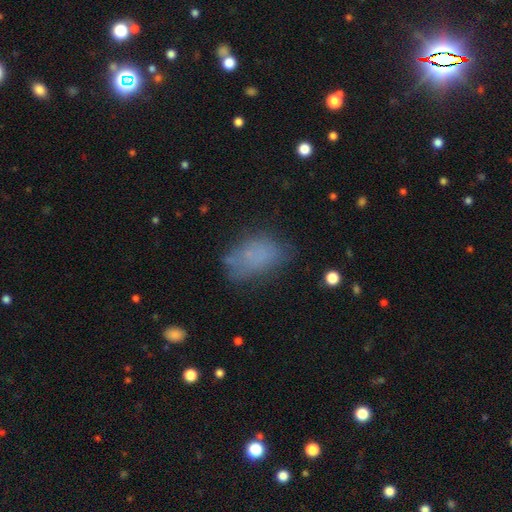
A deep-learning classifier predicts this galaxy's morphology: The model was most divided on "merging": none: 59%, minor disturbance: 25%, major disturbance: 13%, merger: 4%. More confident: how rounded — in between (88%); smooth or featured — smooth (72%).